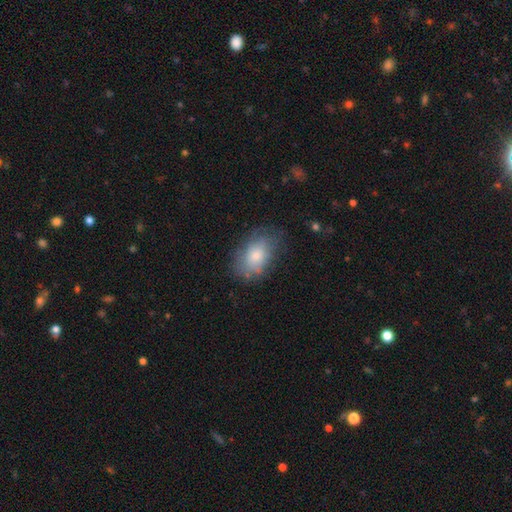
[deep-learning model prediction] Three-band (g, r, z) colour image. It shows a smooth galaxy with no disk features (72%) that is in between round and cigar-shaped (85%). Merging: none (64%).